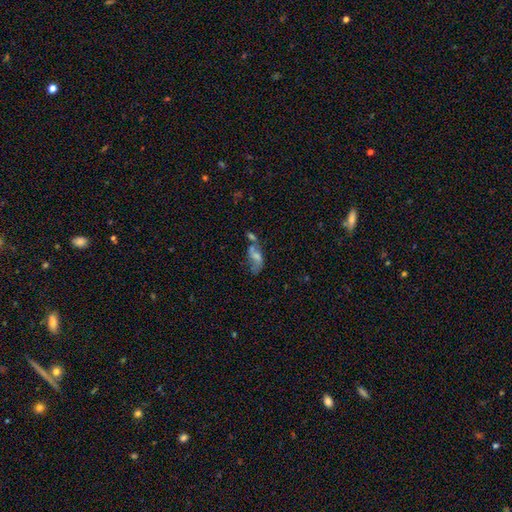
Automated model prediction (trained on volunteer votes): Smooth or featured? smooth (46%)
Merging? merger (39%)